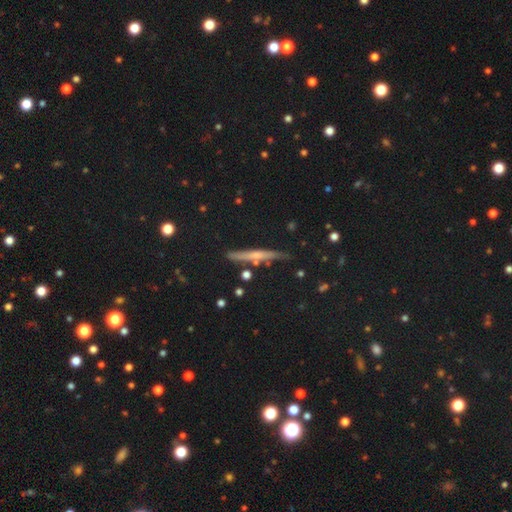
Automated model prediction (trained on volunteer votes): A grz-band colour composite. It shows a featured or disk galaxy (47%). Merging: none (81%).